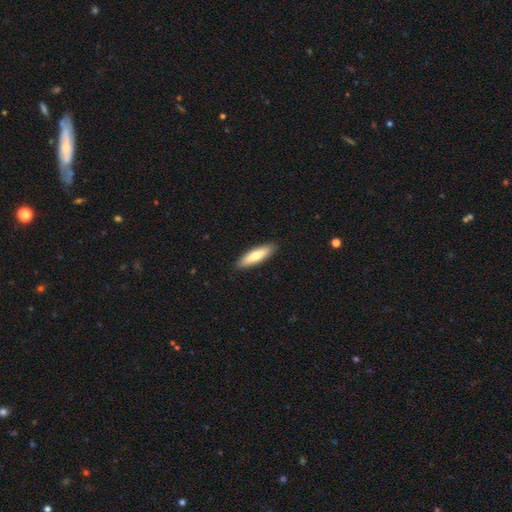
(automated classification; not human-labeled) smooth_or_featured: smooth (p=0.73) [alt: featured or disk p=0.22]
how_rounded: cigar-shaped (p=0.63) [alt: in between p=0.35]
merging: none (p=0.90) [alt: minor disturbance p=0.07]